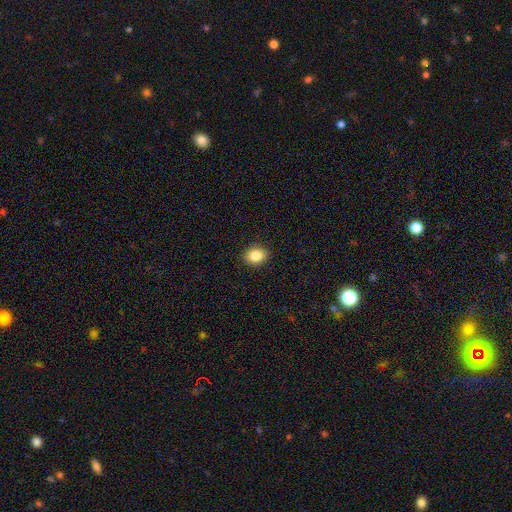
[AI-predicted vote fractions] The model was most divided on "how rounded": in between: 58%, round: 41%, cigar-shaped: 1%. More confident: merging — none (89%); smooth or featured — smooth (86%).